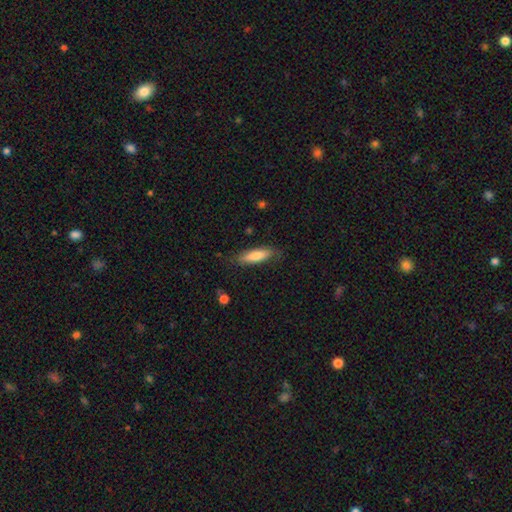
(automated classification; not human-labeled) Smooth or featured? Predicted: smooth (p=0.78). How rounded? Predicted: cigar-shaped (p=0.57). Merging? Predicted: none (p=0.79).